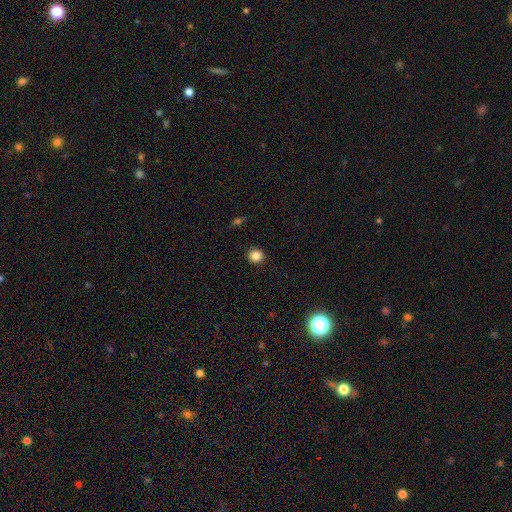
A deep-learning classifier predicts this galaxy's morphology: smooth 85%, star or artifact 11%, featured or disk 4%. Down the decision tree: how rounded — round (93%); merging — none (92%).